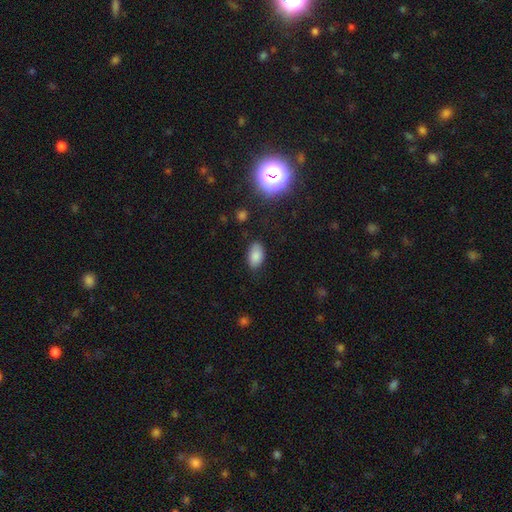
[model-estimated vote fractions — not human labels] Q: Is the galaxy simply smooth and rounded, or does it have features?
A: smooth — 82%.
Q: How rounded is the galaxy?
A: in between — 92%.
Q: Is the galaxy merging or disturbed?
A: none — 80%.